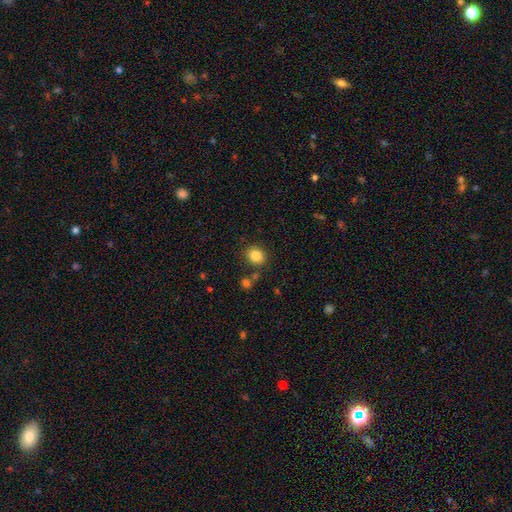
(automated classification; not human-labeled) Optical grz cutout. It shows a smooth galaxy with no disk features (84%) that is round (72%). Merging: none (84%).